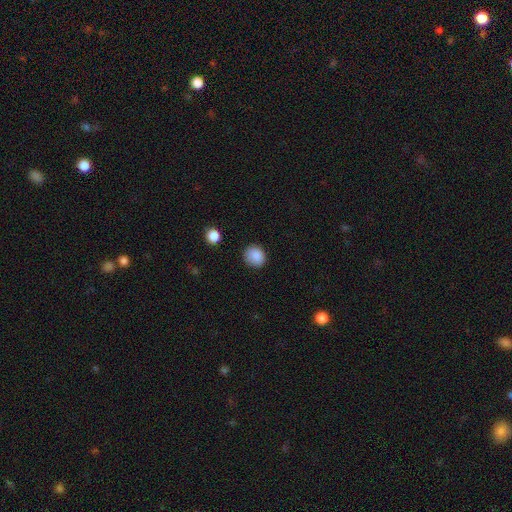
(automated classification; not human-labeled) A smooth galaxy with no disk features (87%) that is round (75%).

Vote fractions:
- Smooth or featured? smooth: 87% / star or artifact: 9% / featured or disk: 4%
- How rounded? round: 75% / in between: 24% / cigar-shaped: 1%
- Merging? none: 82% / minor disturbance: 13% / major disturbance: 3% / merger: 2%